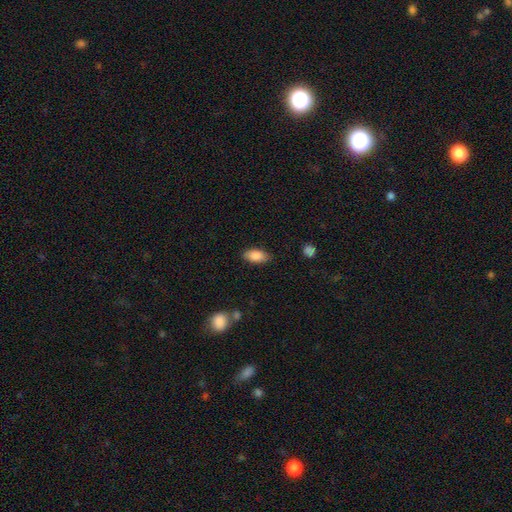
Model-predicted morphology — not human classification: smooth_or_featured: smooth (p=0.87) [alt: star or artifact p=0.07]
how_rounded: in between (p=0.91) [alt: cigar-shaped p=0.06]
merging: none (p=0.82) [alt: minor disturbance p=0.13]